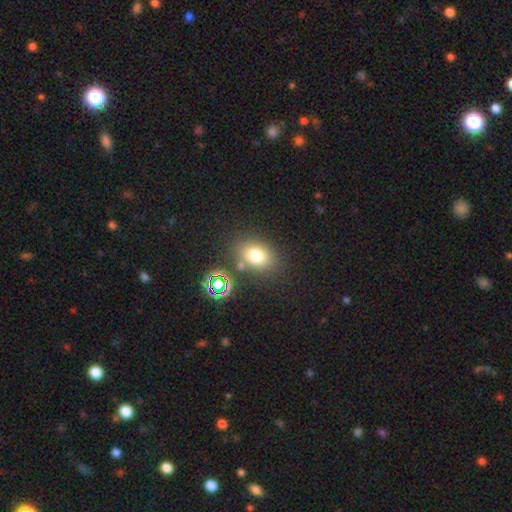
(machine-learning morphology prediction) The model was most divided on "how rounded": in between: 67%, round: 32%, cigar-shaped: 2%. More confident: merging — none (74%); smooth or featured — smooth (73%).